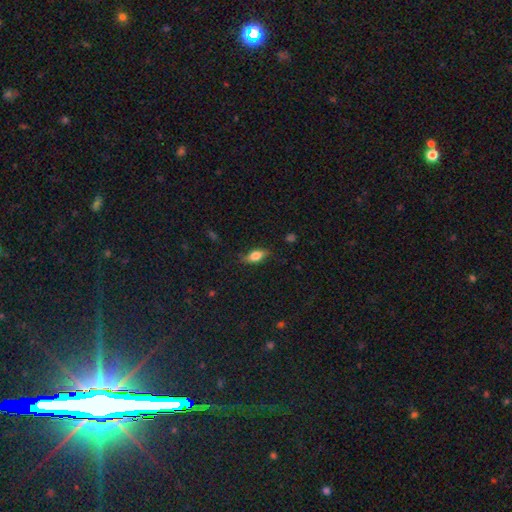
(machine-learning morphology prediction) Smooth or featured? smooth (69%)
How rounded? in between (78%)
Merging? none (76%)